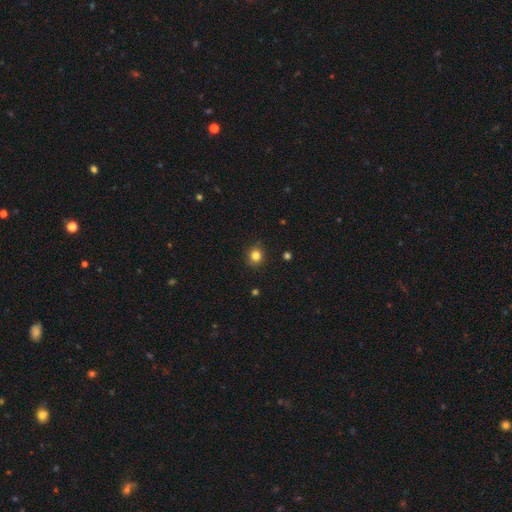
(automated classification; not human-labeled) Morphology: type=smooth (83%); roundness=round (84%); merging=none (88%).